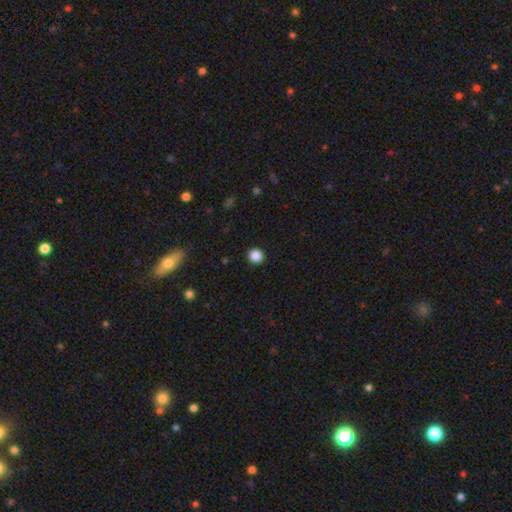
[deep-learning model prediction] smooth 86%, star or artifact 10%, featured or disk 3%. Down the decision tree: how rounded — round (92%); merging — none (93%).